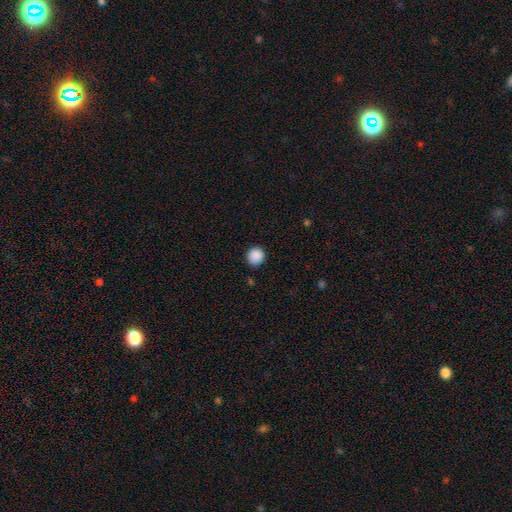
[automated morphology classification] A smooth galaxy with no disk features (89%) that is round (92%).

Vote fractions:
- Smooth or featured? smooth: 89% / star or artifact: 9% / featured or disk: 2%
- How rounded? round: 92% / in between: 7% / cigar-shaped: 1%
- Merging? none: 89% / minor disturbance: 8% / major disturbance: 2% / merger: 1%